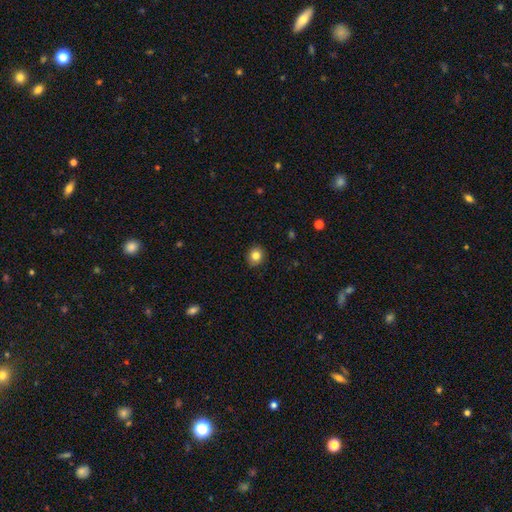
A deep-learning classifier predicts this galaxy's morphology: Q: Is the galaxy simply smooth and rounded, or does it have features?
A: smooth — 82%.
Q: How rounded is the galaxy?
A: round — 81%.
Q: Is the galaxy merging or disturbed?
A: none — 89%.